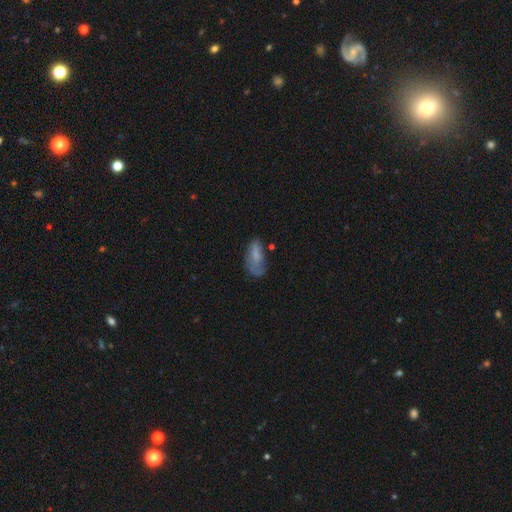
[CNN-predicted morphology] Smooth or featured? smooth (65%)
How rounded? in between (80%)
Merging? none (40%)